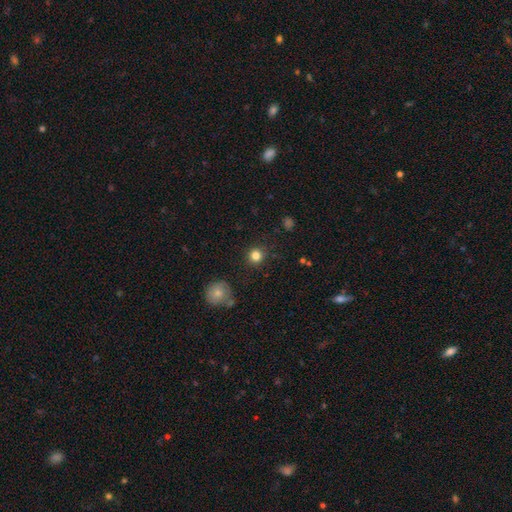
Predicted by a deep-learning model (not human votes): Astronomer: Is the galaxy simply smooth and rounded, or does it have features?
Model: smooth — 82%.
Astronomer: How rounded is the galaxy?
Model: round — 93%.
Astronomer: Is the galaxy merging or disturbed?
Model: none — 88%.